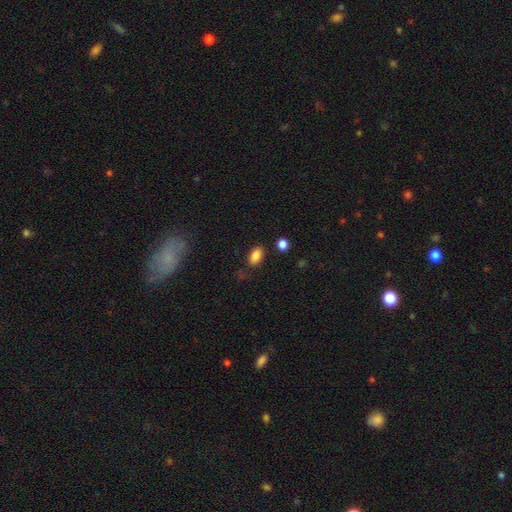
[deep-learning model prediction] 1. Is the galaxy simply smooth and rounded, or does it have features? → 85% smooth, 9% star or artifact, 6% featured or disk.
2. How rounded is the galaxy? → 90% in between, 7% round, 3% cigar-shaped.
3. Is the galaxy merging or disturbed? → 81% none, 12% minor disturbance, 4% merger, 3% major disturbance.